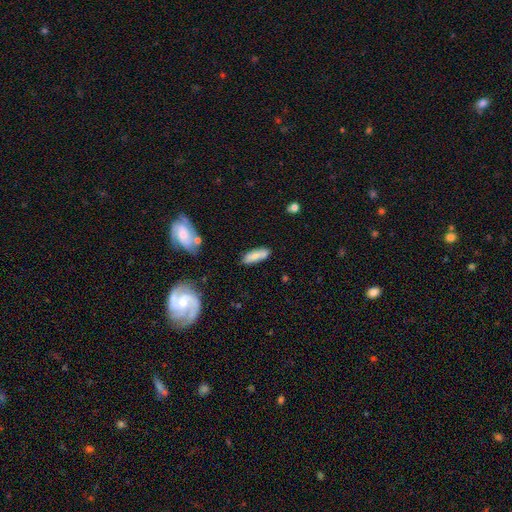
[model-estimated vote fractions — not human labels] Morphology: type=smooth (79%); roundness=in between (55%); merging=none (78%).